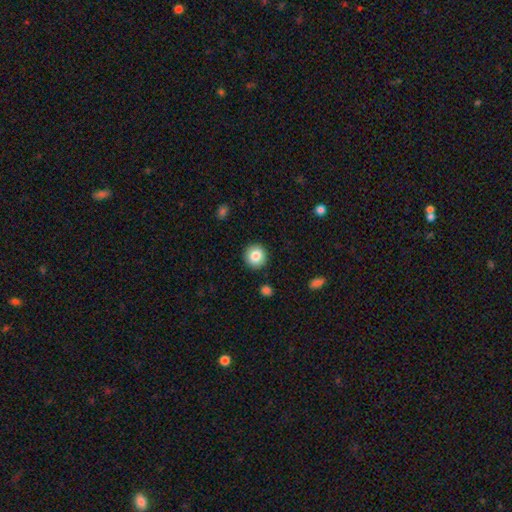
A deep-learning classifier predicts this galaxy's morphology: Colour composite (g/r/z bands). It shows a smooth galaxy with no disk features (84%) that is round (92%). Merging: none (91%).